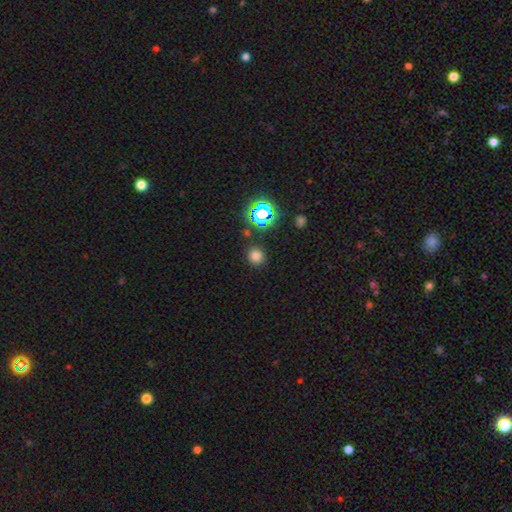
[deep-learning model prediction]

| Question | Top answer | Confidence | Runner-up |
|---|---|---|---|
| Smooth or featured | smooth | 73% | star or artifact (21%) |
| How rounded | round | 86% | in between (13%) |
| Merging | none | 86% | minor disturbance (8%) |